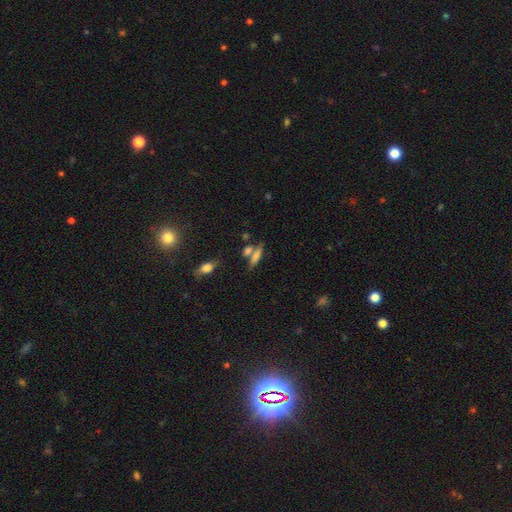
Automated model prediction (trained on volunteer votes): Morphology: type=smooth (70%); roundness=cigar-shaped (58%); merging=none (52%).